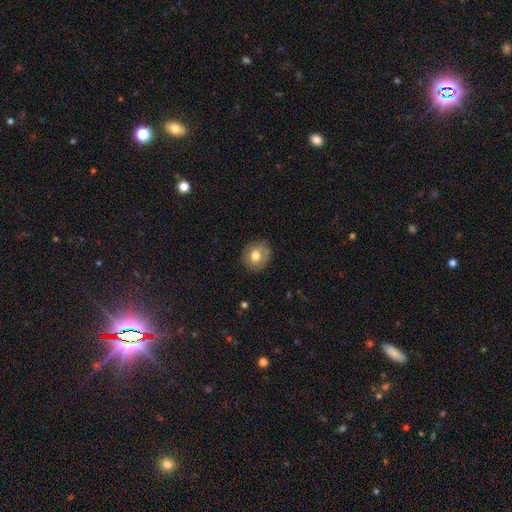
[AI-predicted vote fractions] Smooth or featured? smooth (71%)
How rounded? round (81%)
Merging? none (84%)